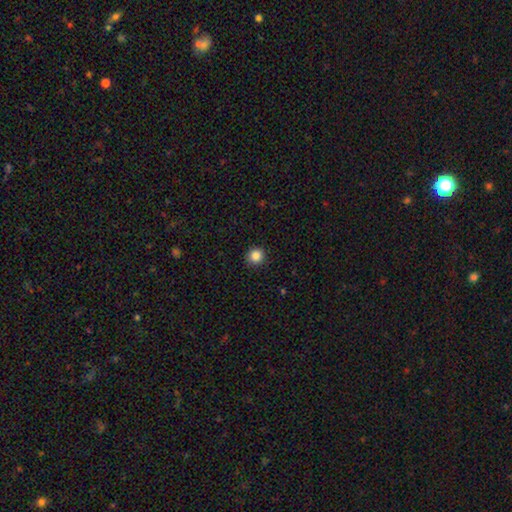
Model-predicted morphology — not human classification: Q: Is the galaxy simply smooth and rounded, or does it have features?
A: smooth — 86%.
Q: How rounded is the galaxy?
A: round — 93%.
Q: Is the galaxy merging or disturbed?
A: none — 92%.